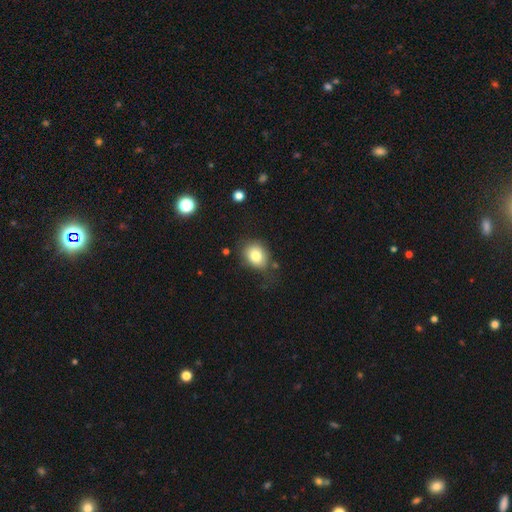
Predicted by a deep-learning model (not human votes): Smooth or featured? Predicted: smooth (p=0.81). How rounded? Predicted: in between (p=0.55). Merging? Predicted: none (p=0.66).